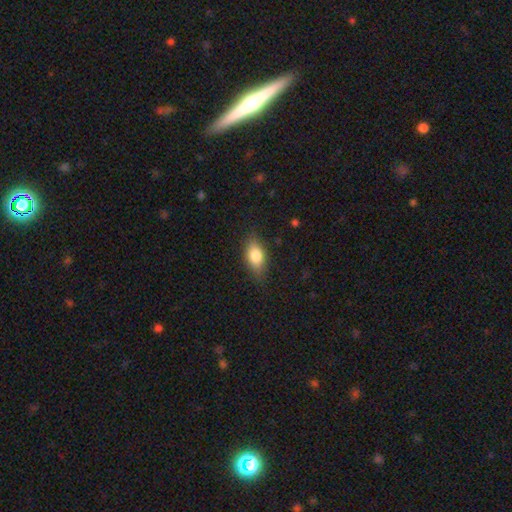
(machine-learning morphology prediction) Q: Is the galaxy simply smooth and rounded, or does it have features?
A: smooth — 82%.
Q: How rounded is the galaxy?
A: in between — 86%.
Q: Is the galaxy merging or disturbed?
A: none — 80%.